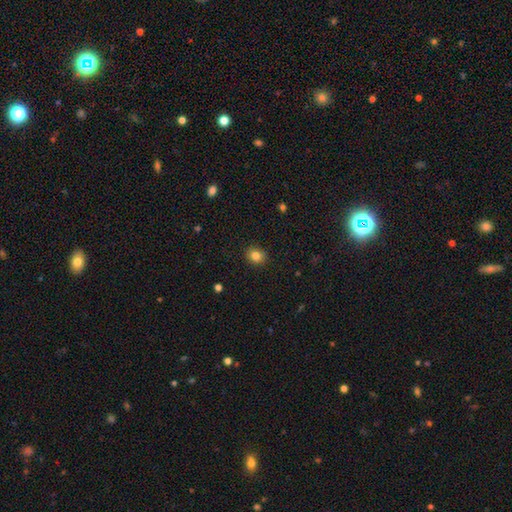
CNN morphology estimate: The model was most divided on "how rounded": round: 63%, in between: 36%, cigar-shaped: 1%. More confident: merging — none (89%); smooth or featured — smooth (84%).